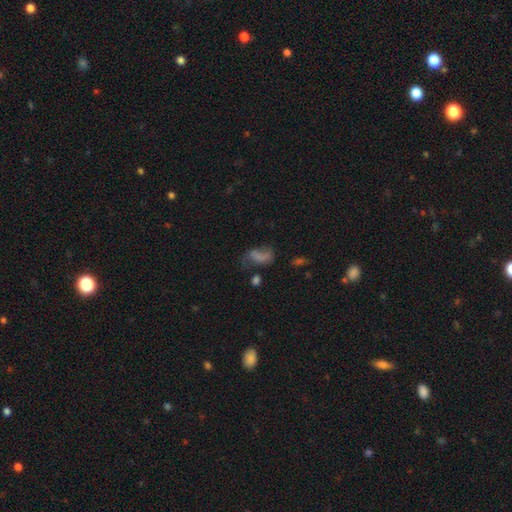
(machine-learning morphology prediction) This appears to be a smooth galaxy with no disk features (43%). Merging: none (44%).